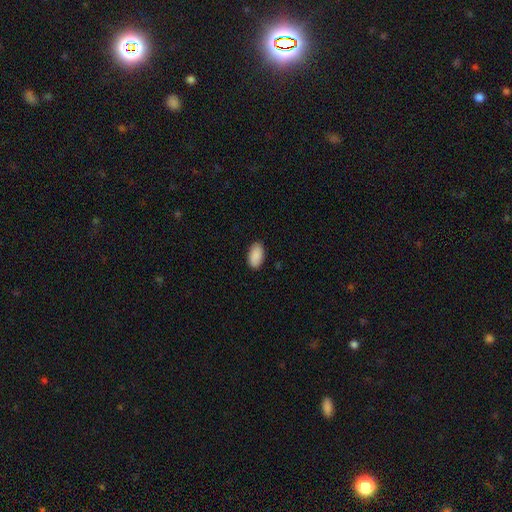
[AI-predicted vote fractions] This is clearly a smooth galaxy (91%). How rounded: clearly in between (95%). Merging: clearly none (88%).